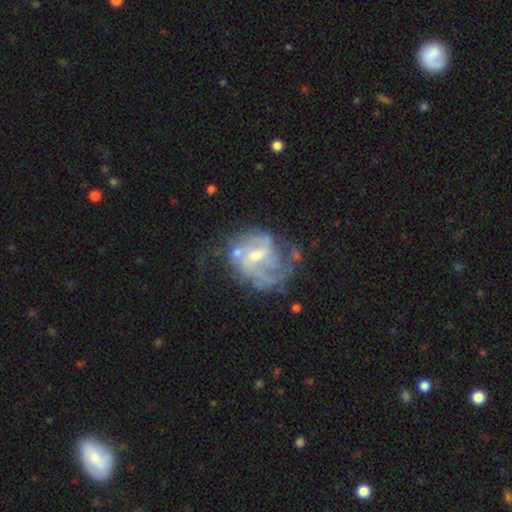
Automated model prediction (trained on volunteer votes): Smooth or featured? featured or disk (84%)
Edge-on disk? no (98%)
Bar? weak (57%)
Spiral arms? yes (90%)
Spiral winding? medium (47%)
Spiral arm count? 2 (51%)
Bulge size? small (50%)
Merging? none (49%)